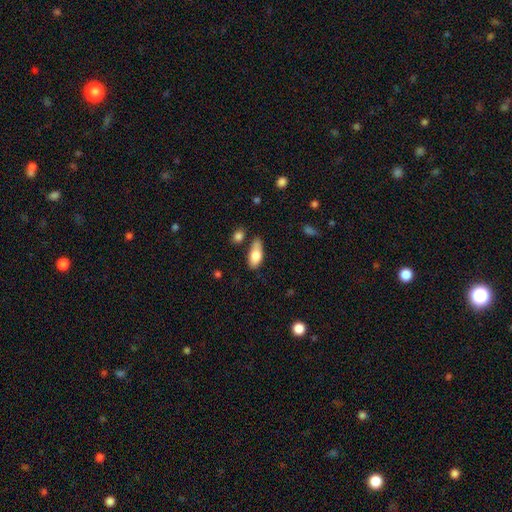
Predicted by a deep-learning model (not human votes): Overall: smooth (78%). How rounded: in between (82%). Merging: none (51%; minor disturbance 28%).